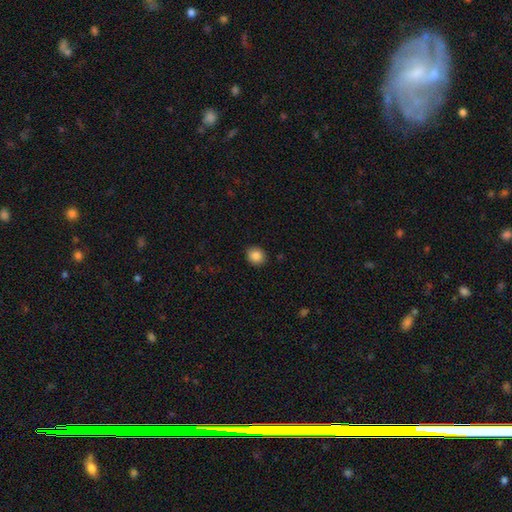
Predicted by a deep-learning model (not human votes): Q: Smooth or featured?
A: smooth (86%); runner-up: star or artifact (9%)
Q: How rounded?
A: round (76%); runner-up: in between (23%)
Q: Merging?
A: none (90%); runner-up: minor disturbance (7%)